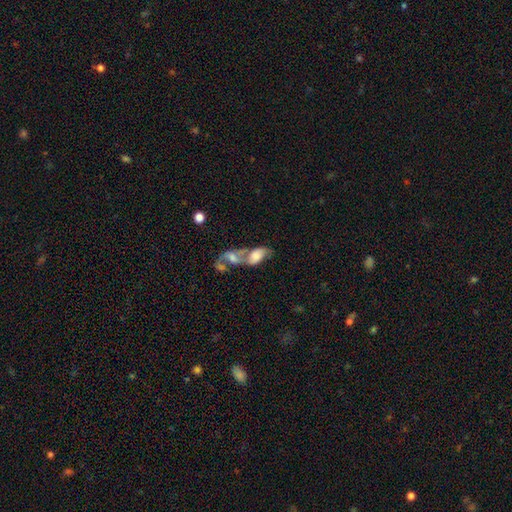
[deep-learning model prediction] The model was most divided on "smooth or featured": featured or disk: 47%, smooth: 45%, star or artifact: 8%. More confident: merging — merger (74%).